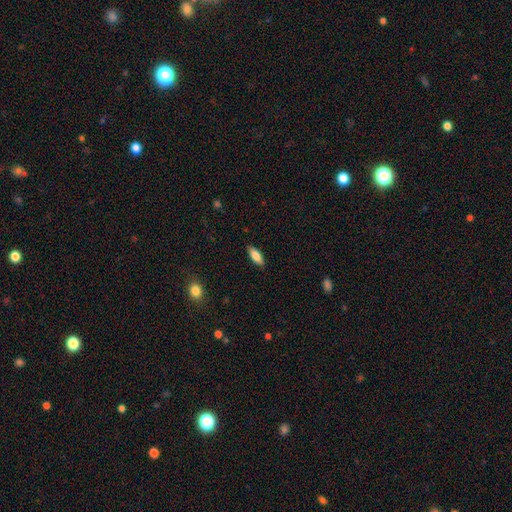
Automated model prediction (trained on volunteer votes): smooth-or-featured: smooth: 79% | featured or disk: 14% | star or artifact: 7%
  how-rounded: in between: 70% | cigar-shaped: 28% | round: 2%
  merging: none: 87% | minor disturbance: 10% | major disturbance: 2% | merger: 1%